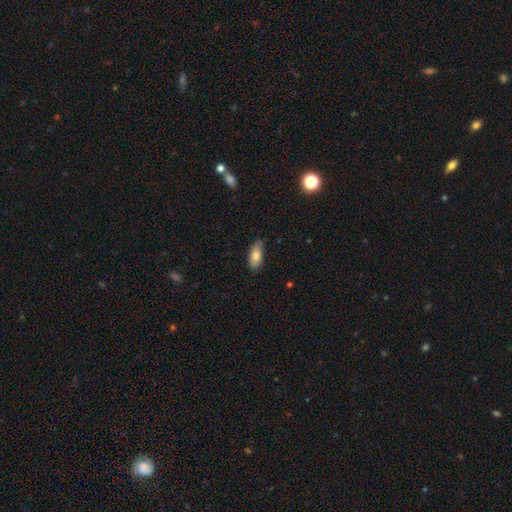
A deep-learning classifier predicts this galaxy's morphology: Smooth or featured? Predicted: smooth (p=0.80). How rounded? Predicted: in between (p=0.85). Merging? Predicted: none (p=0.78).